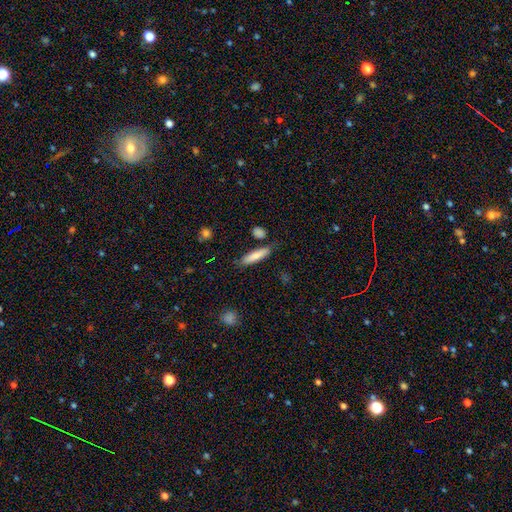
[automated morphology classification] type=smooth (80%); roundness=cigar-shaped (78%); merging=none (78%).